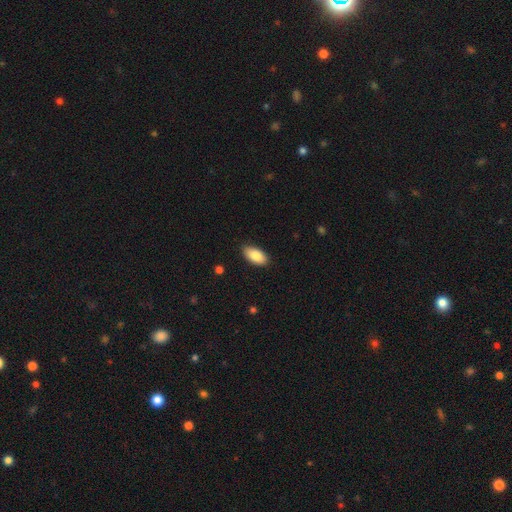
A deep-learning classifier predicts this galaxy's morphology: type=smooth (88%); roundness=in between (94%); merging=none (87%).